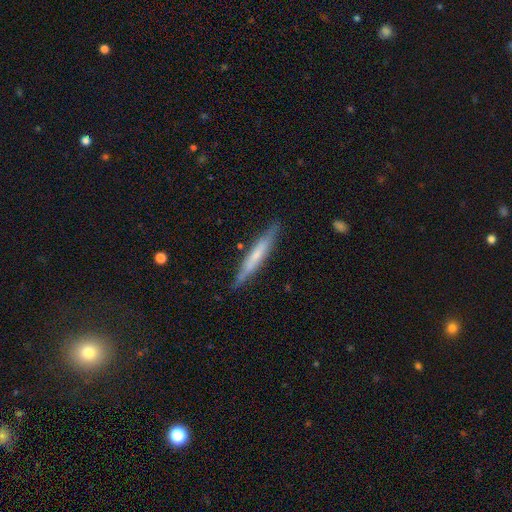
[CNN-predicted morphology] smooth_or_featured: smooth (p=0.49) [alt: featured or disk p=0.45]
merging: none (p=0.84) [alt: minor disturbance p=0.13]